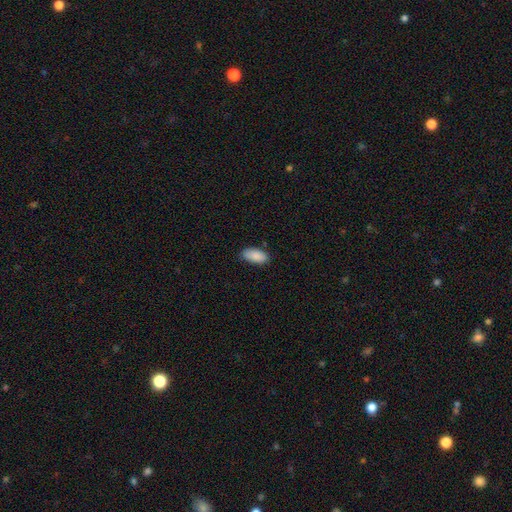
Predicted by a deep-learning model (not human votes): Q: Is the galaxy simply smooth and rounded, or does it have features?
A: smooth — 89%.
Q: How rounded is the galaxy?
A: in between — 93%.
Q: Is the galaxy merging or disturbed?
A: none — 81%.